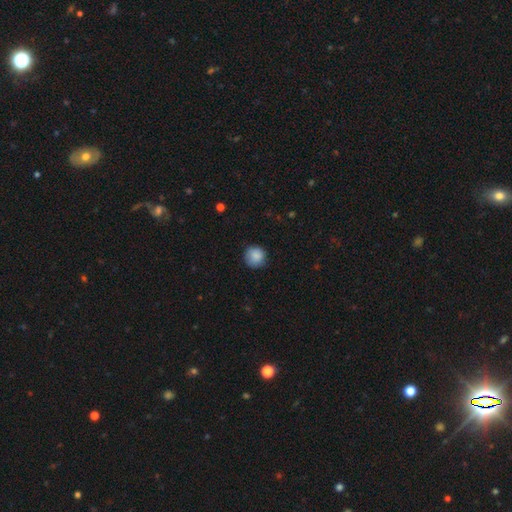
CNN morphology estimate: Smooth or featured?
  - smooth: 87% *
  - star or artifact: 8%
  - featured or disk: 5%
How rounded?
  - round: 92% *
  - in between: 7%
  - cigar-shaped: 1%
Merging?
  - none: 82% *
  - minor disturbance: 14%
  - major disturbance: 3%
  - merger: 1%